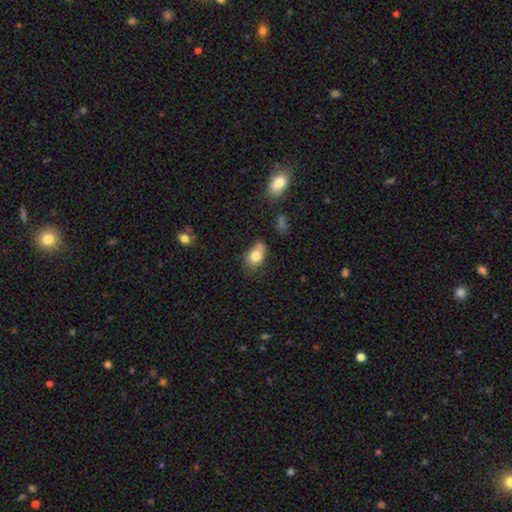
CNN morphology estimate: smooth 80%, featured or disk 11%, star or artifact 8%. Down the decision tree: how rounded — in between (85%); merging — none (58%).